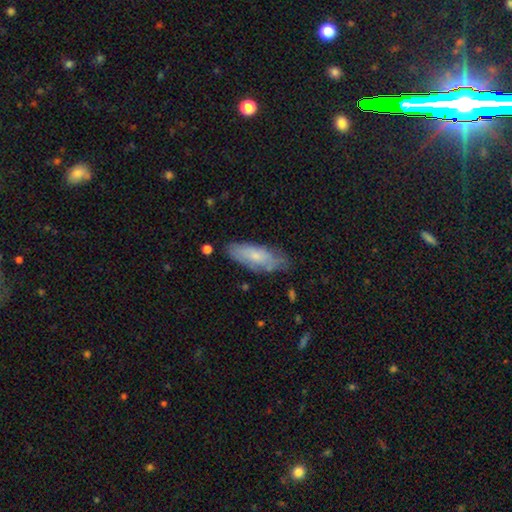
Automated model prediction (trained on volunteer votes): A smooth galaxy with no disk features (65%) that is in between round and cigar-shaped (66%). Merging: none (68%).